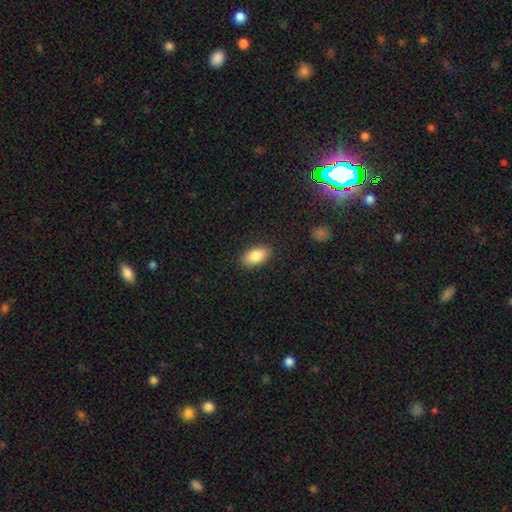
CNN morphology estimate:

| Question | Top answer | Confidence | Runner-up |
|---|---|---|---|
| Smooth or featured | smooth | 86% | featured or disk (7%) |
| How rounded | in between | 92% | round (4%) |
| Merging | none | 88% | minor disturbance (9%) |